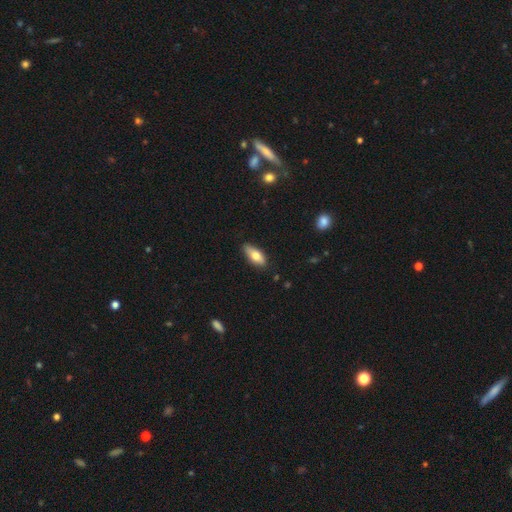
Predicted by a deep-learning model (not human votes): Smooth or featured? smooth (72%)
How rounded? in between (79%)
Merging? none (83%)